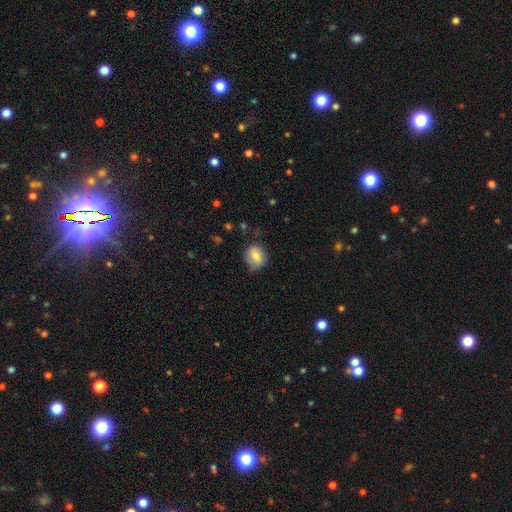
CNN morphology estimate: Smooth or featured? smooth (72%)
How rounded? round (59%)
Merging? none (64%)